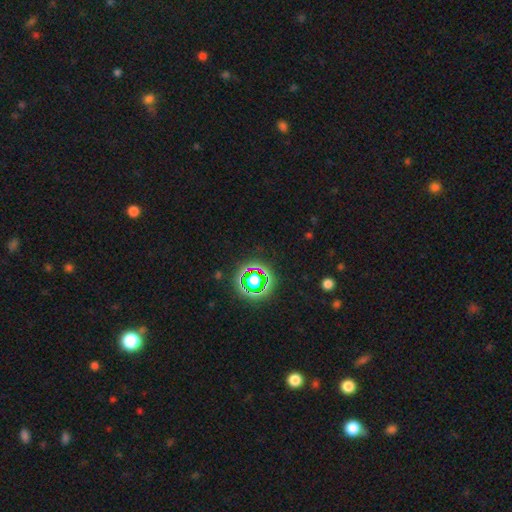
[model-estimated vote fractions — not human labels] Smooth or featured: star or artifact — 77% (smooth — 16%)